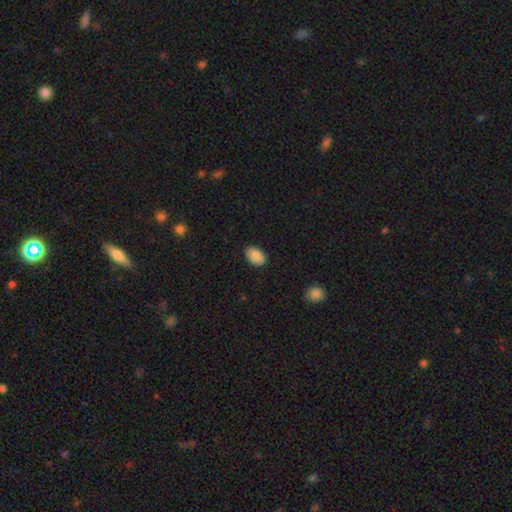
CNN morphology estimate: type=smooth (89%); roundness=in between (89%); merging=none (86%).